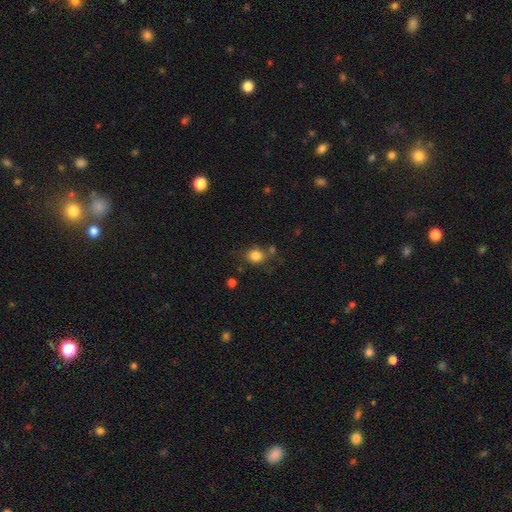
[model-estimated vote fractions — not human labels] Smooth or featured? smooth (82%)
How rounded? round (70%)
Merging? none (69%)